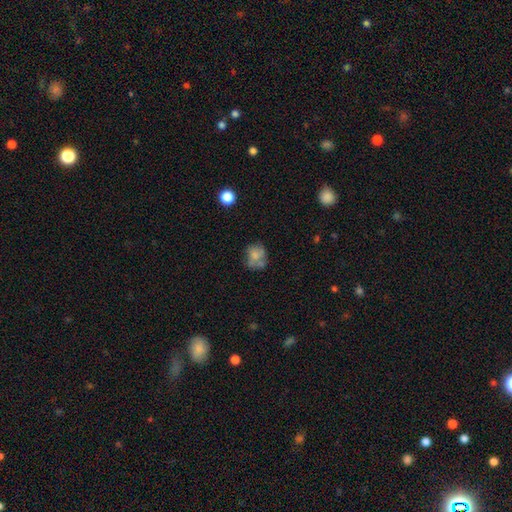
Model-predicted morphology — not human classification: Smooth or featured? Predicted: smooth (p=0.64). How rounded? Predicted: round (p=0.66). Merging? Predicted: none (p=0.46).